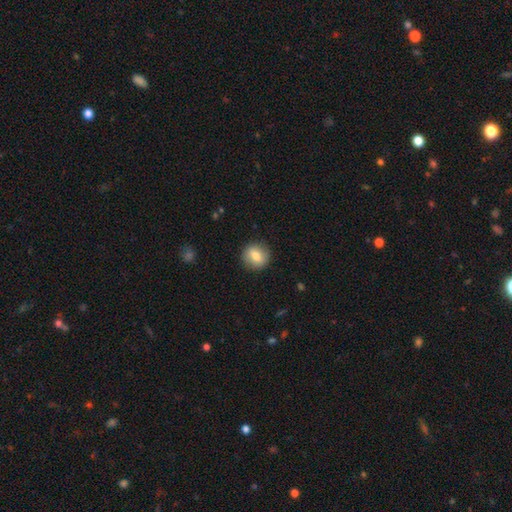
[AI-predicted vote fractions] Q: Smooth or featured?
A: smooth (72%); runner-up: featured or disk (20%)
Q: How rounded?
A: round (88%); runner-up: in between (11%)
Q: Merging?
A: none (89%); runner-up: minor disturbance (8%)